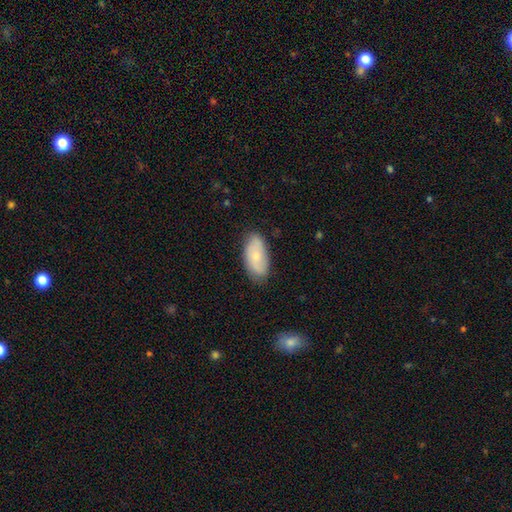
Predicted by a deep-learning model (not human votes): Smooth or featured? smooth (61%)
How rounded? in between (92%)
Merging? none (79%)